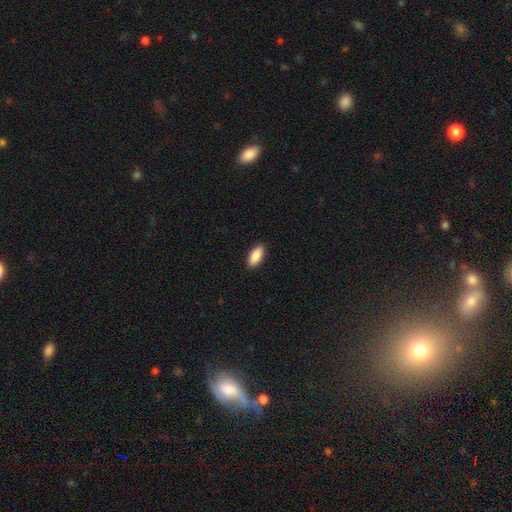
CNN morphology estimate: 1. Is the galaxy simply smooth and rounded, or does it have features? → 89% smooth, 6% star or artifact, 5% featured or disk.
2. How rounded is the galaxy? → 84% in between, 14% cigar-shaped, 2% round.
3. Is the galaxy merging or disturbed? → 90% none, 7% minor disturbance, 2% major disturbance, 1% merger.